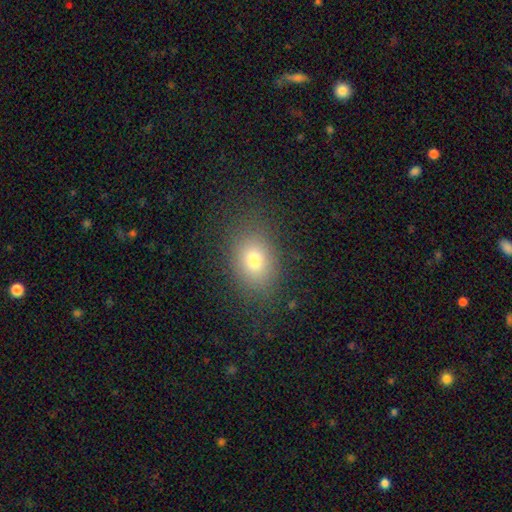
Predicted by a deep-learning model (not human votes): A smooth galaxy with no disk features (73%) that is in between round and cigar-shaped (71%).

Vote fractions:
- Smooth or featured? smooth: 73% / star or artifact: 16% / featured or disk: 10%
- How rounded? in between: 71% / round: 27% / cigar-shaped: 2%
- Merging? none: 87% / minor disturbance: 9% / major disturbance: 3% / merger: 1%